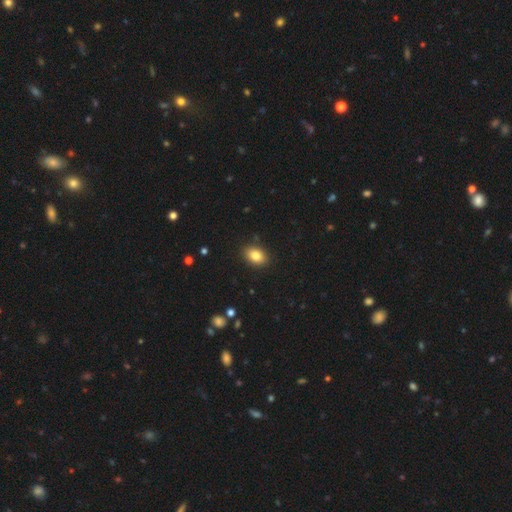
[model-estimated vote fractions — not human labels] The model was most divided on "how rounded": in between: 82%, round: 16%, cigar-shaped: 1%. More confident: merging — none (89%); smooth or featured — smooth (84%).